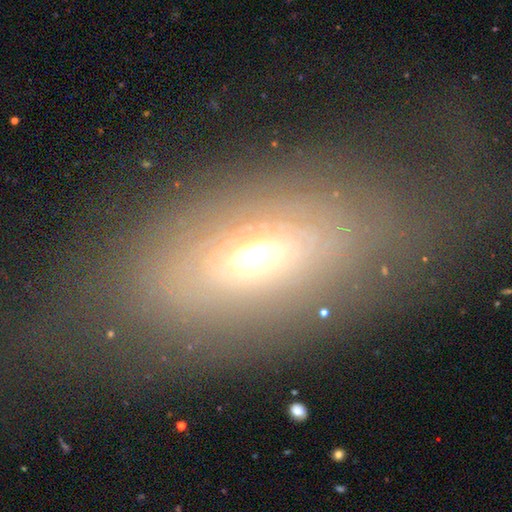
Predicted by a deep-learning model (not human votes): smooth-or-featured: featured or disk: 51% | smooth: 37% | star or artifact: 12%
  disk-edge-on: no: 80% | yes: 20%
  merging: none: 71% | minor disturbance: 17% | major disturbance: 11% | merger: 2%